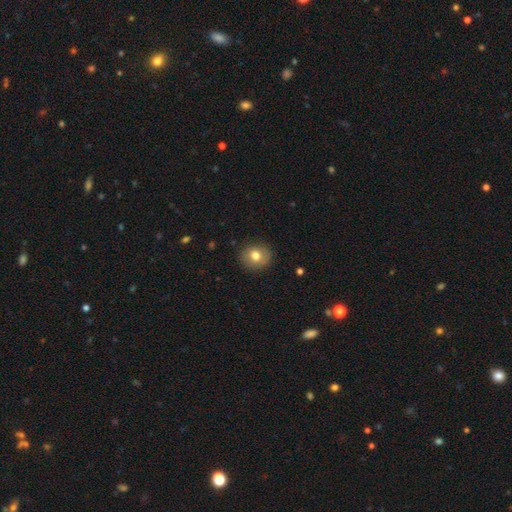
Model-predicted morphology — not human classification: Q: Smooth or featured?
A: smooth (77%); runner-up: featured or disk (13%)
Q: How rounded?
A: round (77%); runner-up: in between (22%)
Q: Merging?
A: none (87%); runner-up: minor disturbance (9%)